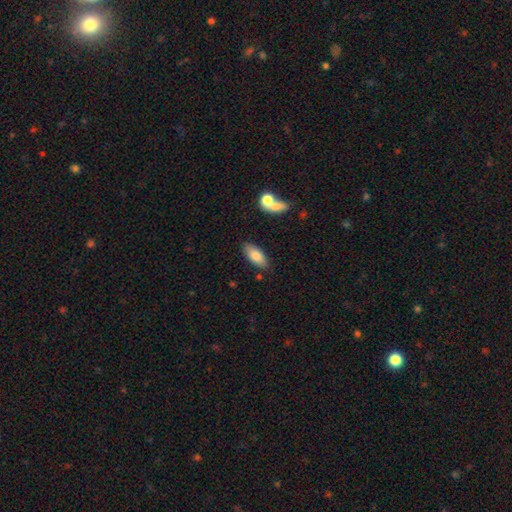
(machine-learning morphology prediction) This appears to be a smooth galaxy with no disk features (80%) that is in between round and cigar-shaped (83%). Merging: none (81%).